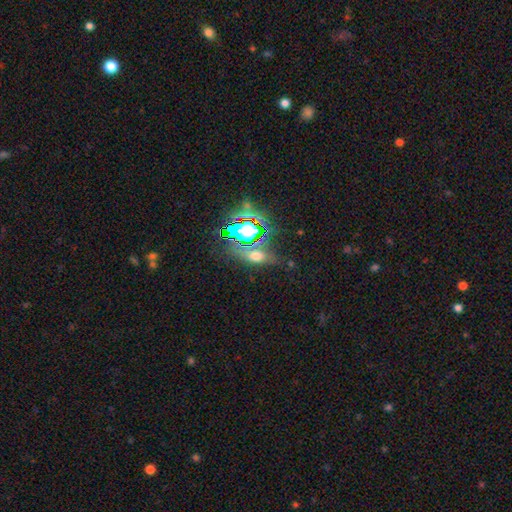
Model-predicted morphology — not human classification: A smooth galaxy with no disk features (46%).

Vote fractions:
- Smooth or featured? smooth: 46% / star or artifact: 38% / featured or disk: 16%
- Merging? none: 70% / minor disturbance: 15% / merger: 8% / major disturbance: 7%